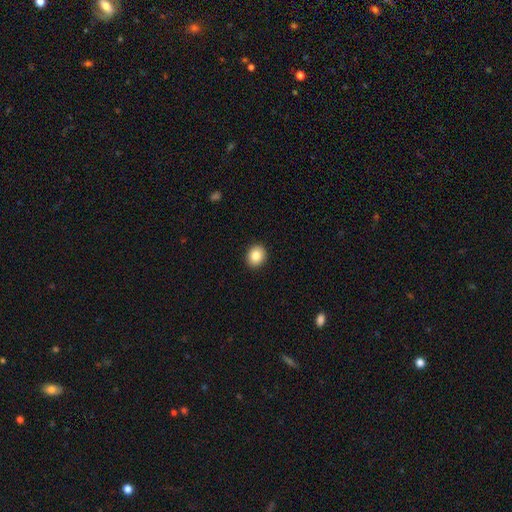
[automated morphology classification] Smooth or featured? smooth (84%)
How rounded? round (70%)
Merging? none (92%)